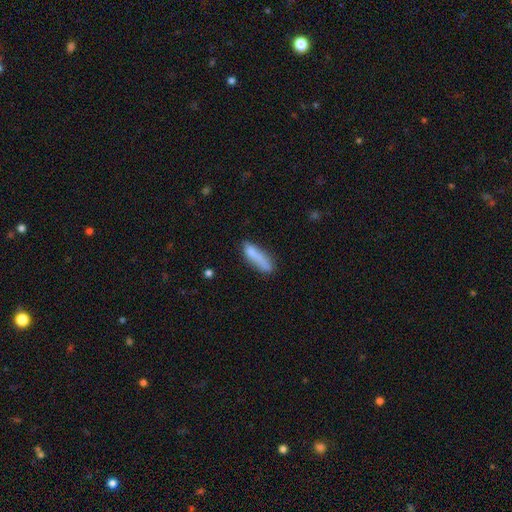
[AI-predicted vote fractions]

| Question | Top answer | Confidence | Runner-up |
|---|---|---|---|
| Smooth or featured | smooth | 77% | featured or disk (16%) |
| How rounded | cigar-shaped | 72% | in between (26%) |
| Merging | none | 57% | minor disturbance (25%) |